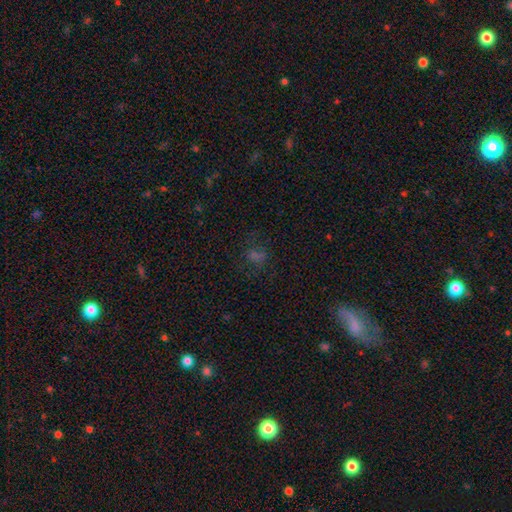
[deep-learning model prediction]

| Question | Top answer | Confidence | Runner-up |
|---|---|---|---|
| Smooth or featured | smooth | 44% | star or artifact (39%) |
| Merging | none | 65% | minor disturbance (16%) |